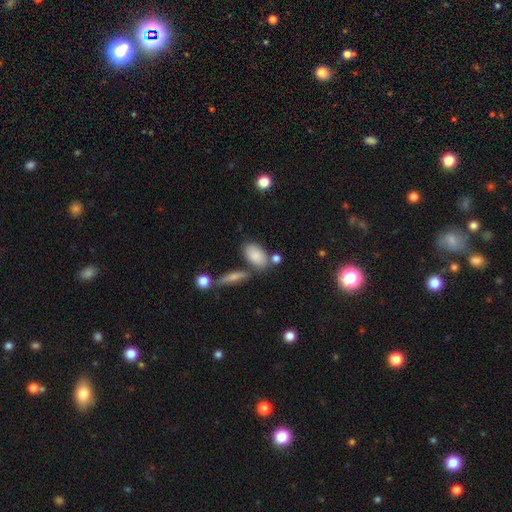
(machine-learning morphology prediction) smooth 83%, featured or disk 9%, star or artifact 7%. Down the decision tree: how rounded — in between (90%); merging — none (64%).